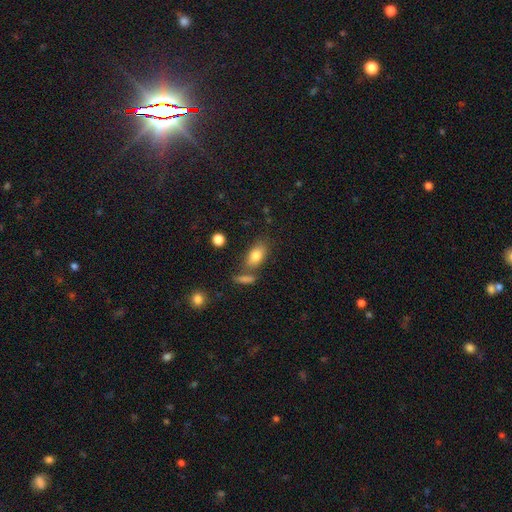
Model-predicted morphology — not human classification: This is clearly a smooth galaxy (81%). How rounded: clearly in between (86%). Merging: likely none (65%).